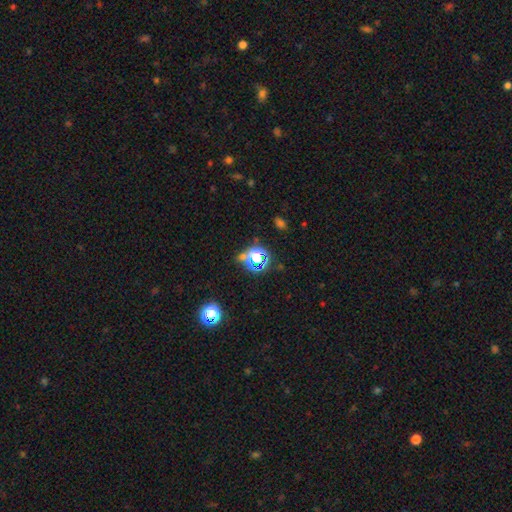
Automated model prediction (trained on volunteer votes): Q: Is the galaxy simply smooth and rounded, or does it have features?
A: star or artifact — 65%.